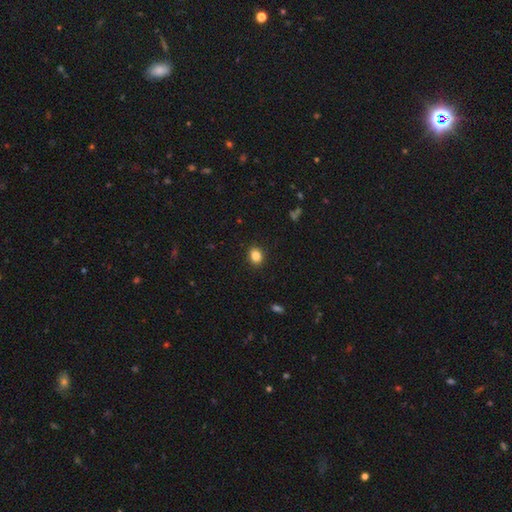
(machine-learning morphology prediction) This is clearly a smooth galaxy (86%). How rounded: possibly round (53%). Merging: clearly none (90%).